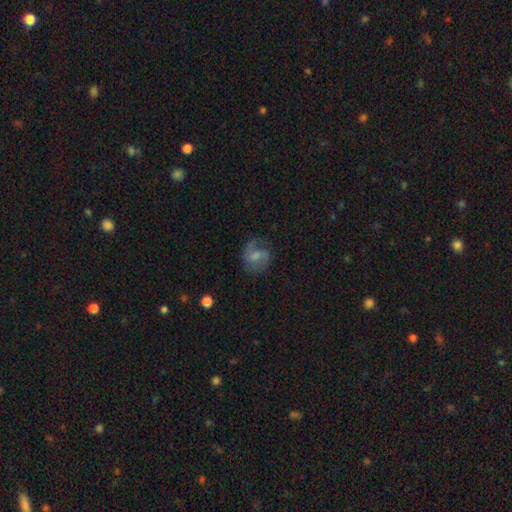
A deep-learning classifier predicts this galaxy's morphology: featured or disk 59%, smooth 33%, star or artifact 8%. Down the decision tree: edge-on disk — no (97%); bar — weak (54%); spiral arms — yes (88%); spiral arm count — 2 (75%); spiral winding — medium (48%); bulge size — moderate (37%); merging — none (63%).